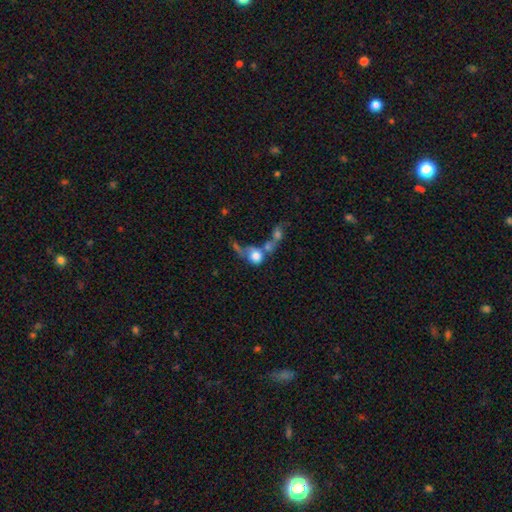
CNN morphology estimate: A smooth galaxy with no disk features (65%) that is round (62%). Merging: merger (57%).